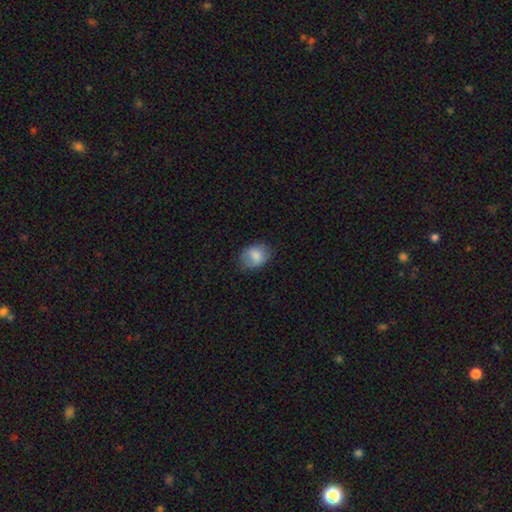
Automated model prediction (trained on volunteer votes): Smooth or featured? smooth (82%)
How rounded? in between (61%)
Merging? none (71%)